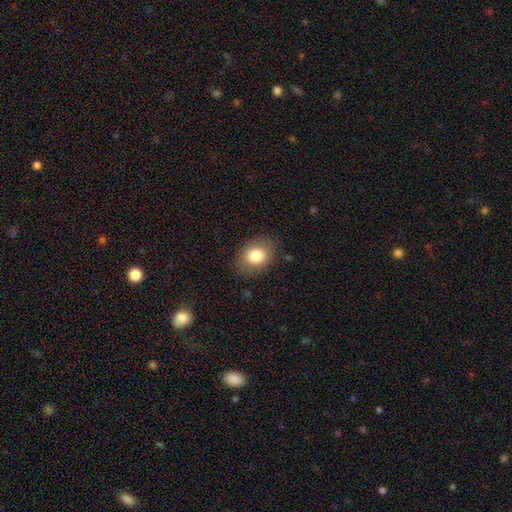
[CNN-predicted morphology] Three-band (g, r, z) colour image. It shows a smooth galaxy with no disk features (81%) that is in between round and cigar-shaped (62%). Merging: none (83%).